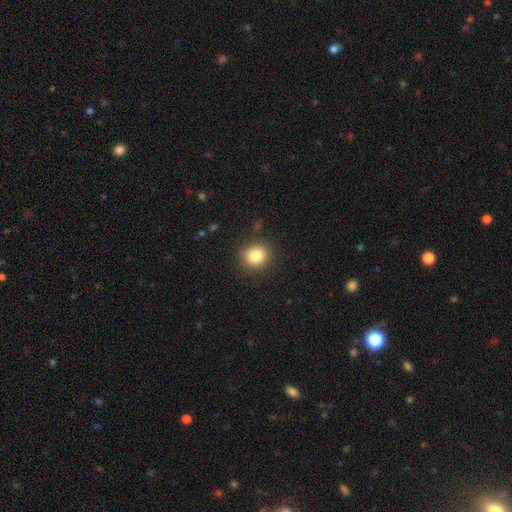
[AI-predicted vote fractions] smooth_or_featured: smooth (p=0.83) [alt: star or artifact p=0.10]
how_rounded: round (p=0.83) [alt: in between p=0.16]
merging: none (p=0.88) [alt: minor disturbance p=0.08]